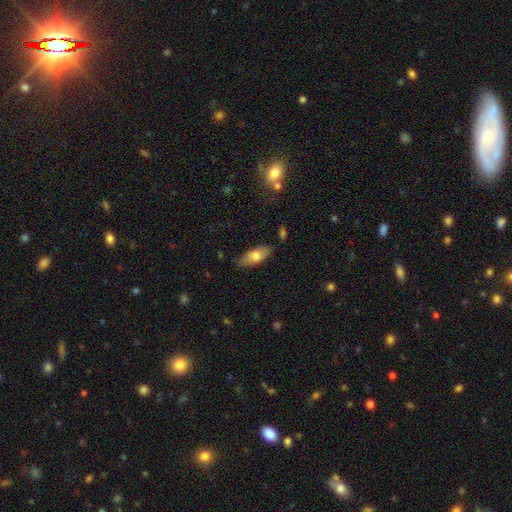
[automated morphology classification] type=smooth (68%); roundness=in between (79%); merging=none (80%).